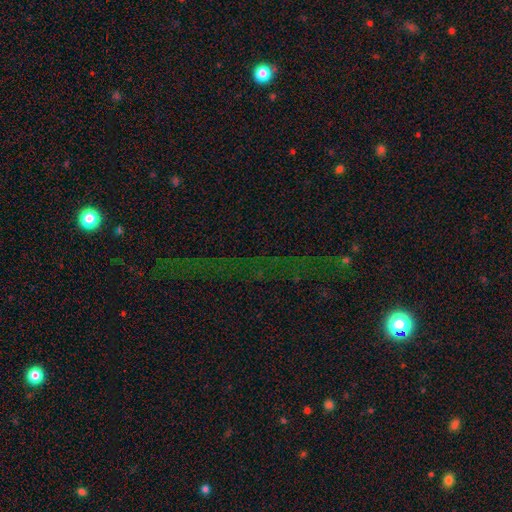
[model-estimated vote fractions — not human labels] This appears to be a star or artifact, not a galaxy (72%).